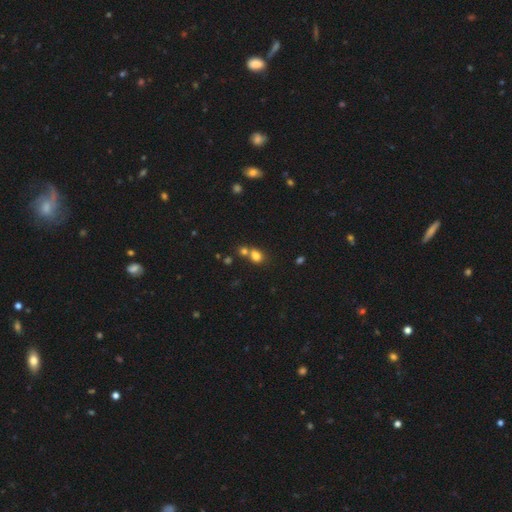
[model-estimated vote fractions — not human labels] Smooth or featured: smooth — 77% (star or artifact — 14%)
How rounded: round — 54% (in between — 45%)
Merging: none — 43% (tied with merger — 43%)